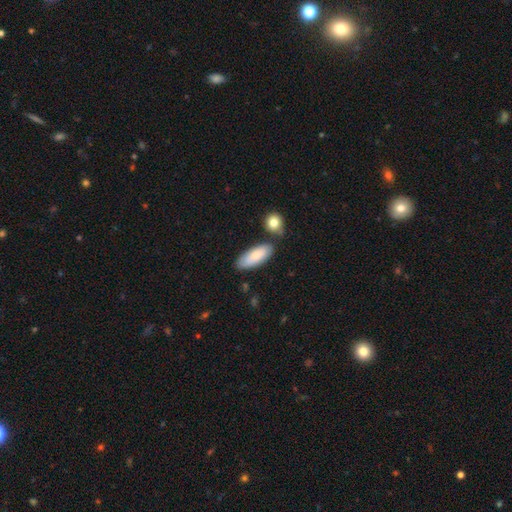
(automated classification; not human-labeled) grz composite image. It shows a smooth galaxy with no disk features (80%) that is in between round and cigar-shaped (78%). Merging: none (74%).